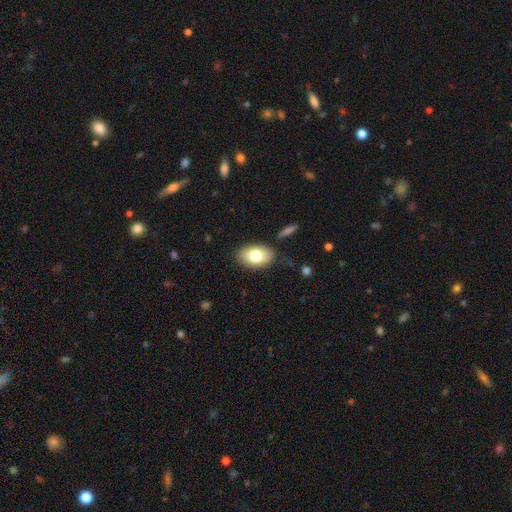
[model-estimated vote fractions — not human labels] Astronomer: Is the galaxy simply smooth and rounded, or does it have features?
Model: smooth — 77%.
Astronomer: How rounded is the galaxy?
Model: in between — 88%.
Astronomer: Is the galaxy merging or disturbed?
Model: none — 85%.